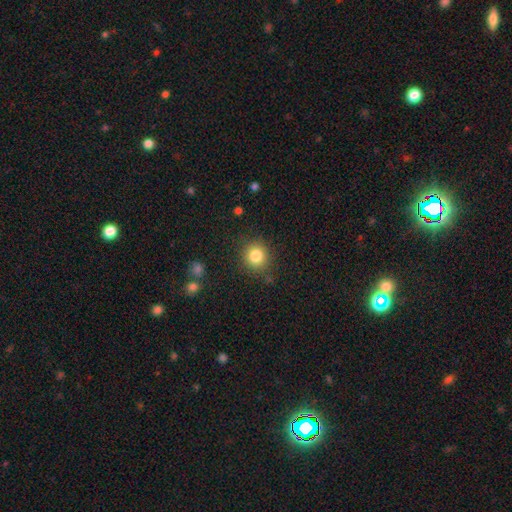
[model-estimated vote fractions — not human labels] smooth-or-featured: smooth: 83% | star or artifact: 11% | featured or disk: 6%
  how-rounded: round: 89% | in between: 10% | cigar-shaped: 1%
  merging: none: 86% | minor disturbance: 9% | major disturbance: 3% | merger: 2%